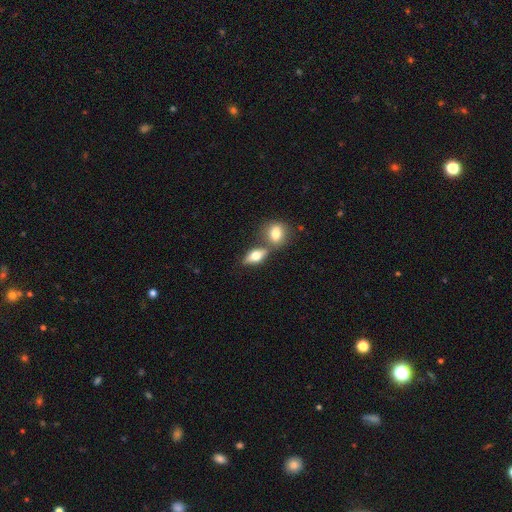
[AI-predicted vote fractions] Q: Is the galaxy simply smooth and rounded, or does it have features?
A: smooth — 63%.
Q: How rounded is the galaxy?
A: in between — 73%.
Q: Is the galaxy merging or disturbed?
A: none — 51%.